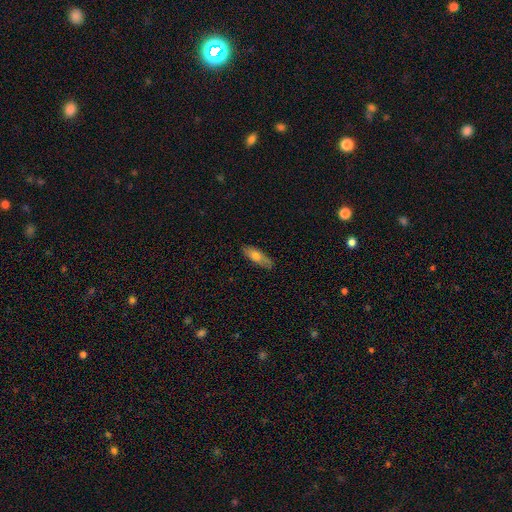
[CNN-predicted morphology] The model was most divided on "how rounded": in between: 60%, cigar-shaped: 37%, round: 3%. More confident: merging — none (80%); smooth or featured — smooth (67%).